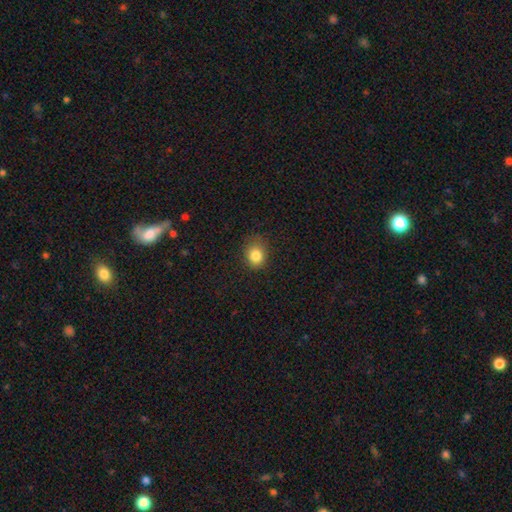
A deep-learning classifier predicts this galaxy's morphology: Q: Smooth or featured?
A: smooth (83%); runner-up: star or artifact (11%)
Q: How rounded?
A: round (64%); runner-up: in between (35%)
Q: Merging?
A: none (75%); runner-up: minor disturbance (19%)